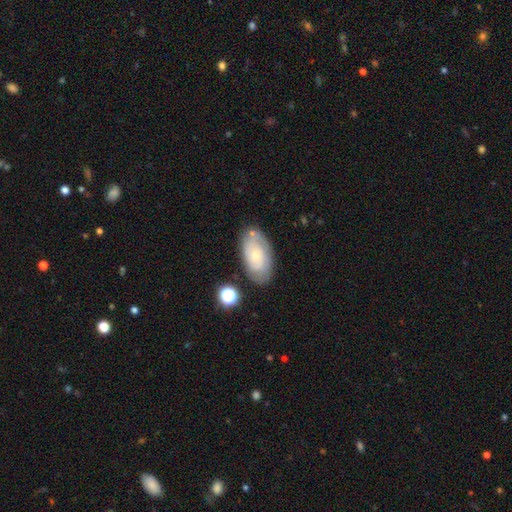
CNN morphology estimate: A featured or disk galaxy (56%) with no bar (78%), spiral arms (74%) and a small central bulge (67%).

Vote fractions:
- Smooth or featured? featured or disk: 56% / smooth: 37% / star or artifact: 8%
- Edge-on disk? no: 93% / yes: 7%
- Bar? no: 78% / weak: 18% / strong: 3%
- Spiral arms? yes: 74% / no: 26%
- Bulge size? small: 67% / moderate: 26% / none: 3% / large: 3% / dominant: 1%
- Merging? none: 71% / minor disturbance: 19% / major disturbance: 5% / merger: 5%